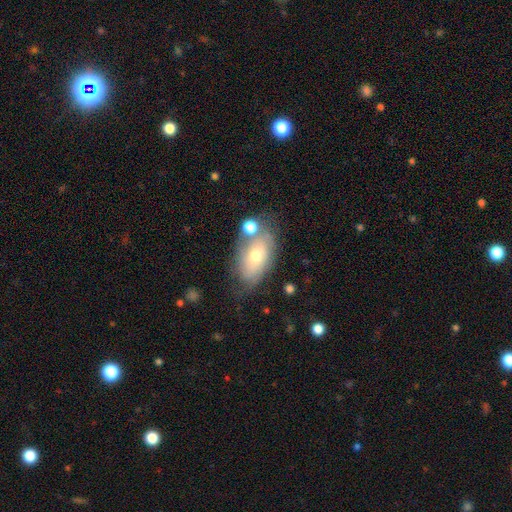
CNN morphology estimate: This appears to be a smooth galaxy with no disk features (53%) that is in between round and cigar-shaped (89%). Merging: none (54%).